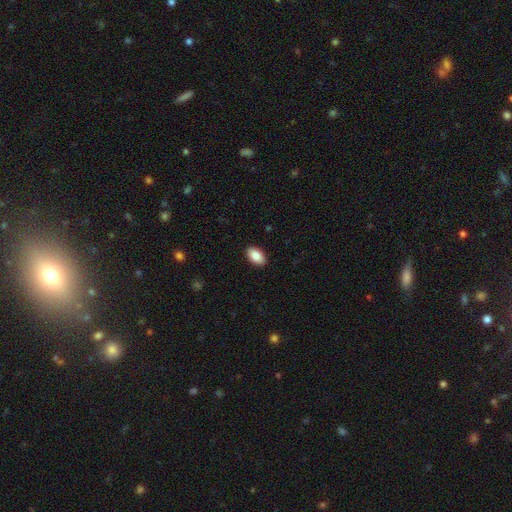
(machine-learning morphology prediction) type=smooth (87%); roundness=in between (94%); merging=none (90%).